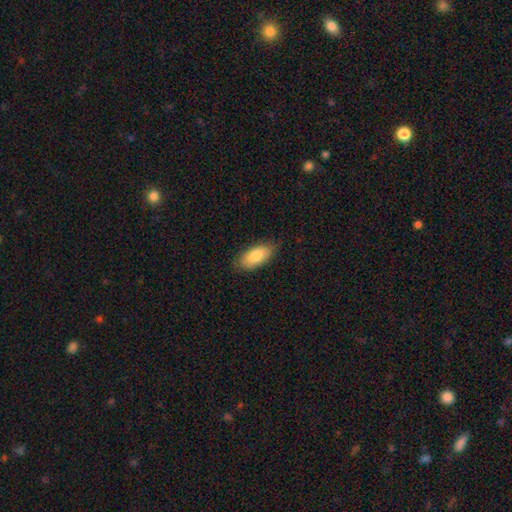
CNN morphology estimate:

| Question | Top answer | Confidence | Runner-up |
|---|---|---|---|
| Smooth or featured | smooth | 84% | featured or disk (10%) |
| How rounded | in between | 89% | cigar-shaped (8%) |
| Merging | none | 83% | minor disturbance (13%) |